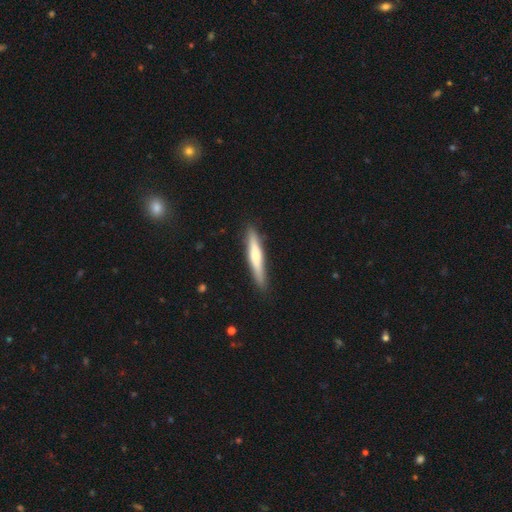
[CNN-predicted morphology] This is possibly a smooth galaxy (53%). How rounded: clearly cigar-shaped (93%). Merging: clearly none (89%).